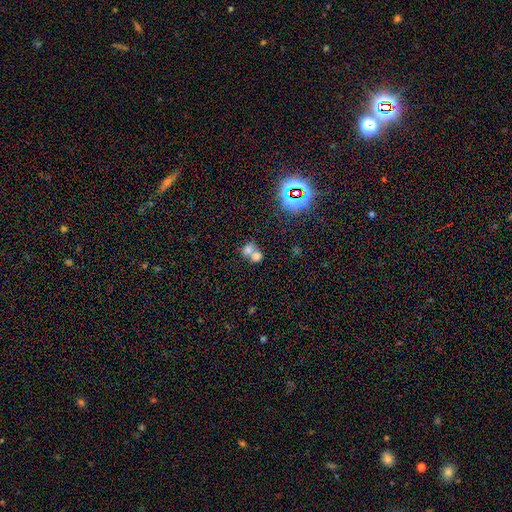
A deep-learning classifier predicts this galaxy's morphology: A smooth galaxy with no disk features (67%) that is round (65%). Merging: merger (66%).